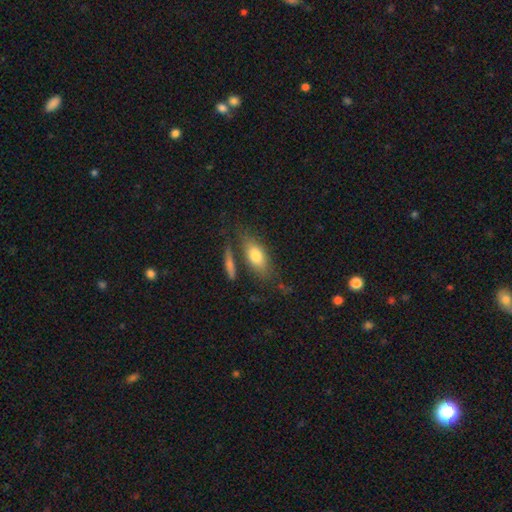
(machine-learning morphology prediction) The model was most divided on "merging": none: 67%, minor disturbance: 16%, merger: 11%, major disturbance: 6%. More confident: how rounded — in between (78%); smooth or featured — smooth (74%).